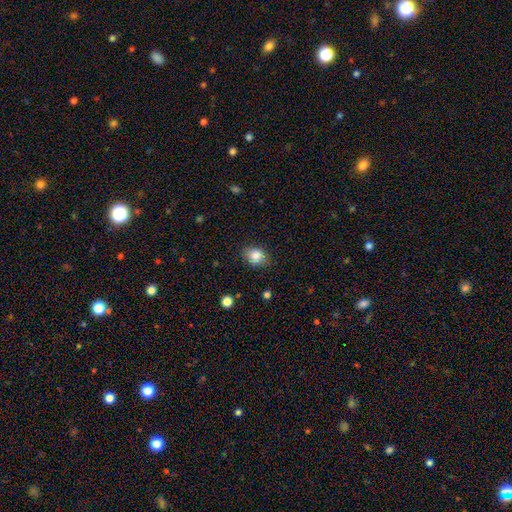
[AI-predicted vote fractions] smooth_or_featured: smooth (p=0.85) [alt: star or artifact p=0.09]
how_rounded: round (p=0.51) [alt: in between p=0.48]
merging: none (p=0.79) [alt: minor disturbance p=0.16]